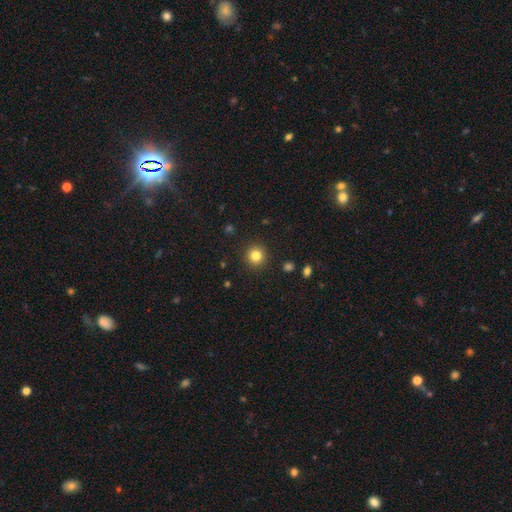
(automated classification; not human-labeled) This is clearly a smooth galaxy (82%). How rounded: clearly round (94%). Merging: clearly none (92%).